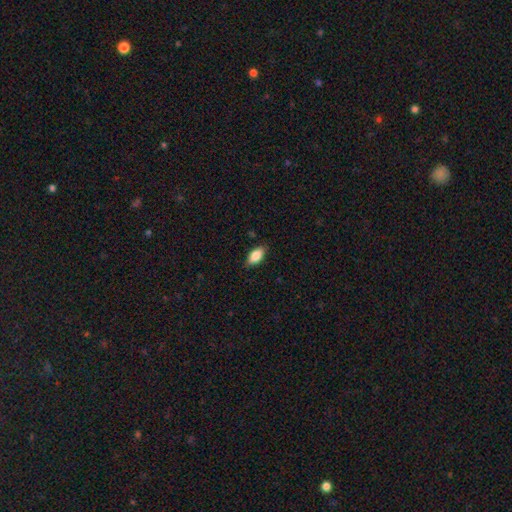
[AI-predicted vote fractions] smooth 86%, featured or disk 7%, star or artifact 7%. Down the decision tree: how rounded — in between (91%); merging — none (85%).